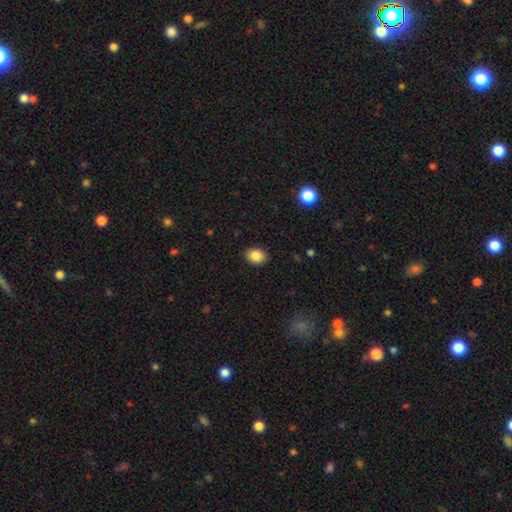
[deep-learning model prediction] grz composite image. It shows a smooth galaxy with no disk features (86%) that is in between round and cigar-shaped (56%). Merging: none (88%).